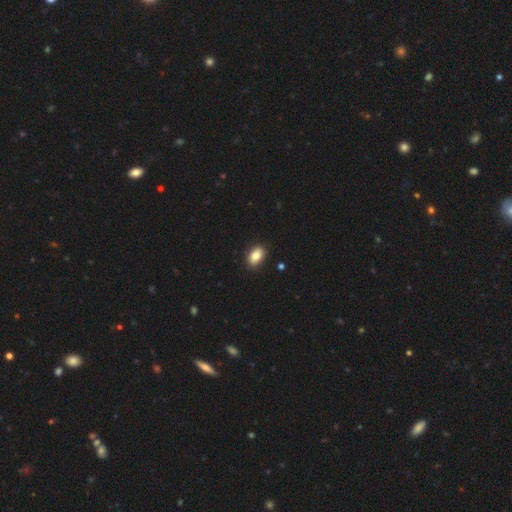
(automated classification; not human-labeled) Smooth or featured: smooth — 84% (star or artifact — 8%)
How rounded: in between — 88% (round — 10%)
Merging: none — 88% (minor disturbance — 9%)